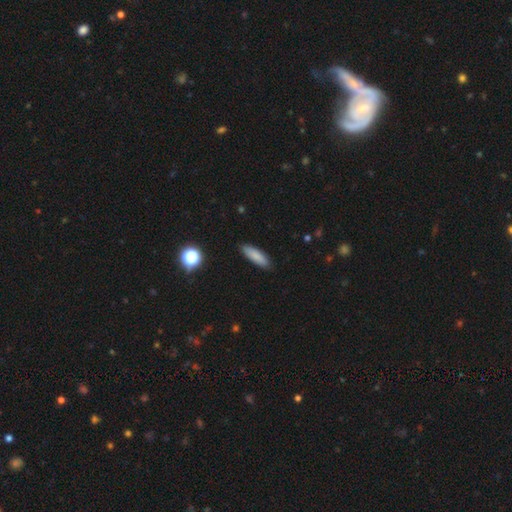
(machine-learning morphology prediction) Smooth or featured?
  - smooth: 84% *
  - featured or disk: 8%
  - star or artifact: 8%
How rounded?
  - cigar-shaped: 53% *
  - in between: 45%
  - round: 2%
Merging?
  - none: 88% *
  - minor disturbance: 9%
  - major disturbance: 2%
  - merger: 1%